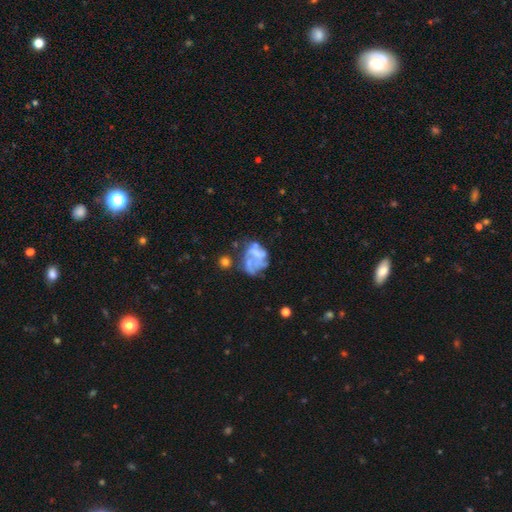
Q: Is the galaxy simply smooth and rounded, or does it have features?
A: featured or disk — 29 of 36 (81%).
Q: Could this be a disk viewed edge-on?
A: no — 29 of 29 (100%).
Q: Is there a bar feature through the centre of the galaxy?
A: no — 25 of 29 (86%).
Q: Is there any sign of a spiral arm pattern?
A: no — 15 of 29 (52%).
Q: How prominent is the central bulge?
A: none — 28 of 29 (97%).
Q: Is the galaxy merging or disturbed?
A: none — 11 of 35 (31%).